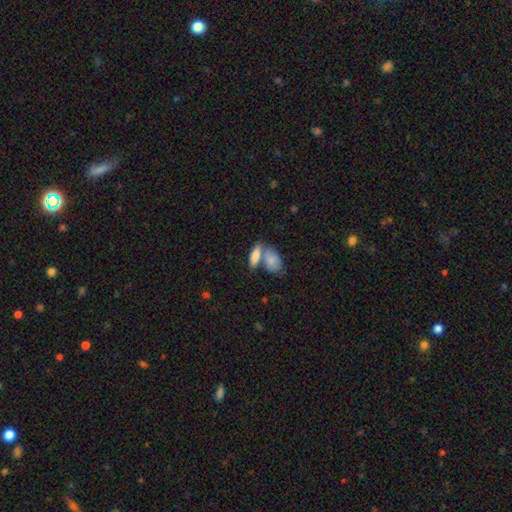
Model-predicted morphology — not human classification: Q: Smooth or featured?
A: smooth (79%); runner-up: featured or disk (14%)
Q: How rounded?
A: in between (79%); runner-up: cigar-shaped (16%)
Q: Merging?
A: merger (51%); runner-up: none (36%)